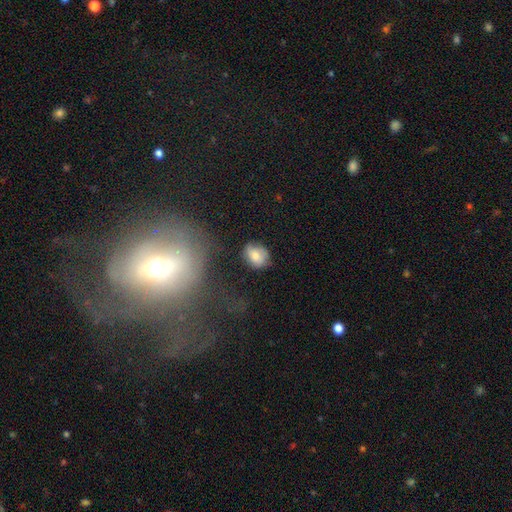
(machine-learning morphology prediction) This appears to be a smooth galaxy with no disk features (72%) that is round (57%). Merging: none (68%).